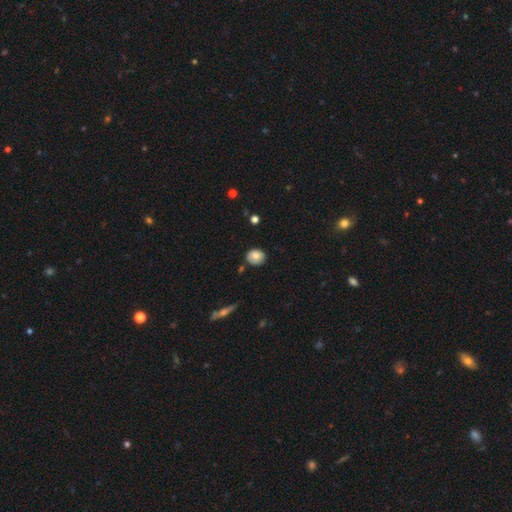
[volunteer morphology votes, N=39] Smooth or featured? 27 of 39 (69%) said smooth. How rounded? 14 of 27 (52%) said in between. Merging? 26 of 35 (74%) said none.